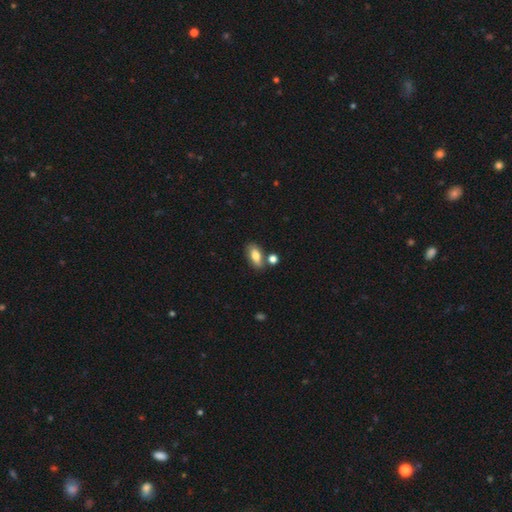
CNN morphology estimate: Smooth or featured?
  - smooth: 75% *
  - featured or disk: 17%
  - star or artifact: 8%
How rounded?
  - in between: 85% *
  - cigar-shaped: 10%
  - round: 5%
Merging?
  - none: 68% *
  - minor disturbance: 15%
  - merger: 14%
  - major disturbance: 4%